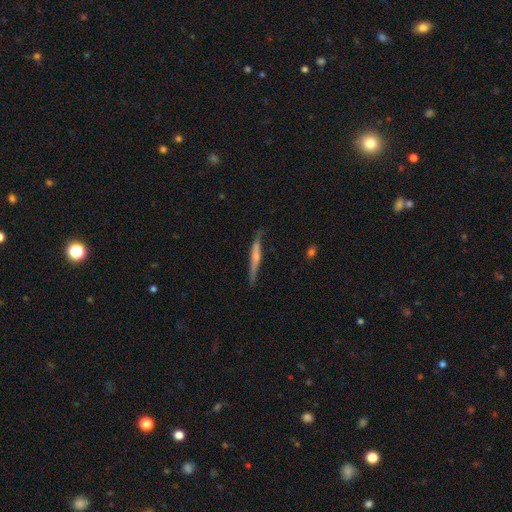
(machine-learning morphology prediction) This is possibly a featured or disk galaxy (53%). It is clearly viewed edge-on (93%). Merging: likely none (73%).